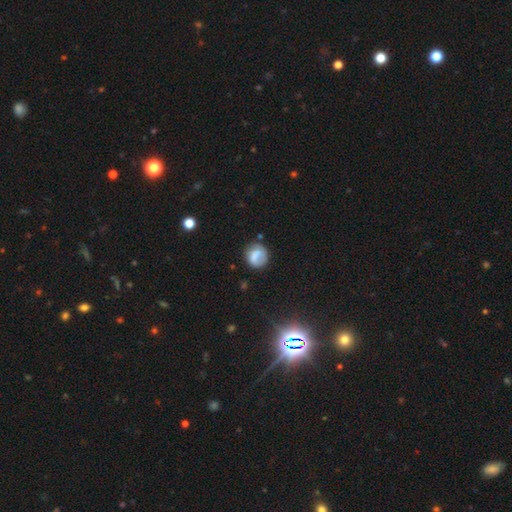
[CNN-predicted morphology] A smooth galaxy with no disk features (70%) that is round (82%).

Vote fractions:
- Smooth or featured? smooth: 70% / featured or disk: 20% / star or artifact: 9%
- How rounded? round: 82% / in between: 17% / cigar-shaped: 1%
- Merging? none: 69% / minor disturbance: 20% / major disturbance: 8% / merger: 4%